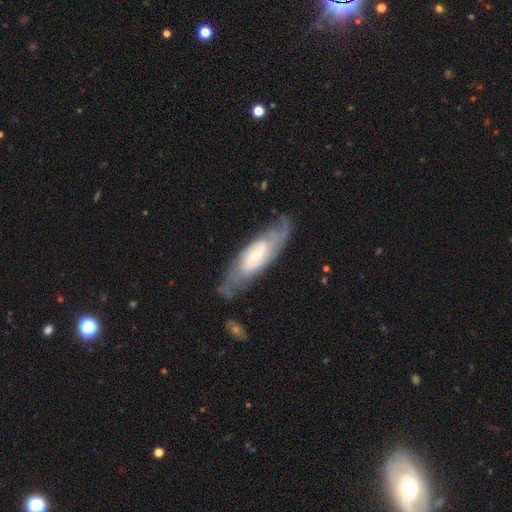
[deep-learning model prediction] smooth_or_featured: featured or disk (p=0.83) [alt: smooth p=0.12]
disk_edge_on: no (p=0.87) [alt: yes p=0.13]
bar: weak (p=0.49) [alt: no p=0.31]
has_spiral_arms: yes (p=0.93) [alt: no p=0.07]
spiral_winding: tight (p=0.45) [alt: medium p=0.41]
spiral_arm_count: 2 (p=0.52) [alt: can't tell p=0.29]
bulge_size: small (p=0.56) [alt: moderate p=0.39]
merging: none (p=0.68) [alt: minor disturbance p=0.20]